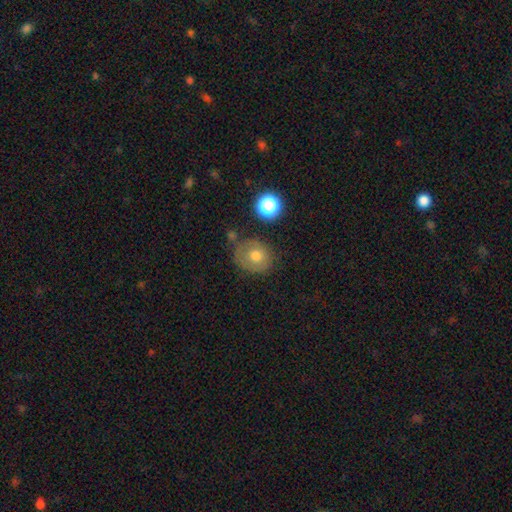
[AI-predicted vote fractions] smooth 68%, featured or disk 20%, star or artifact 11%. Down the decision tree: how rounded — round (73%); merging — none (66%).